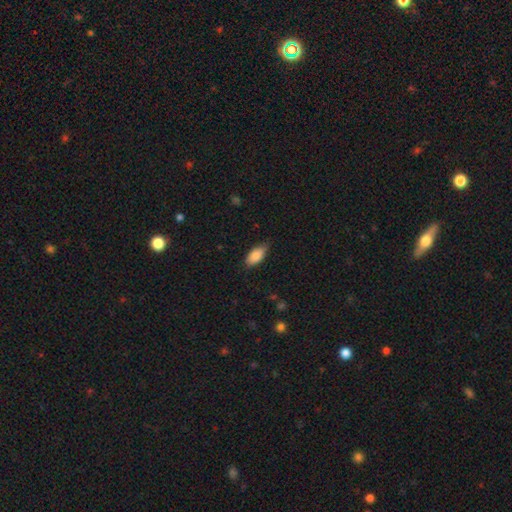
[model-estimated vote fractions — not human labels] This is clearly a smooth galaxy (86%). How rounded: clearly in between (91%). Merging: likely none (76%).